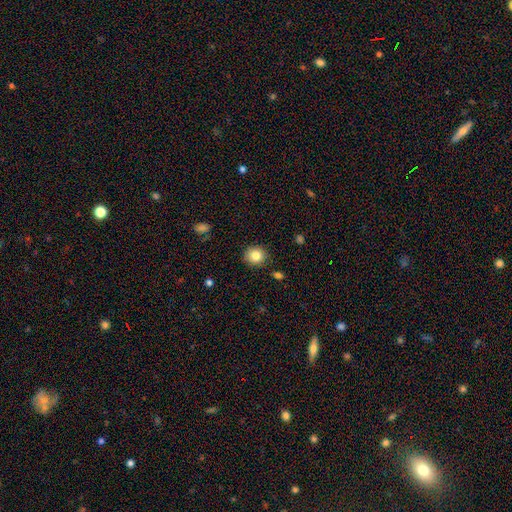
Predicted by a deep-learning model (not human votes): A smooth galaxy with no disk features (83%) that is round (85%).

Vote fractions:
- Smooth or featured? smooth: 83% / star or artifact: 10% / featured or disk: 7%
- How rounded? round: 85% / in between: 14% / cigar-shaped: 1%
- Merging? none: 88% / minor disturbance: 8% / major disturbance: 2% / merger: 2%